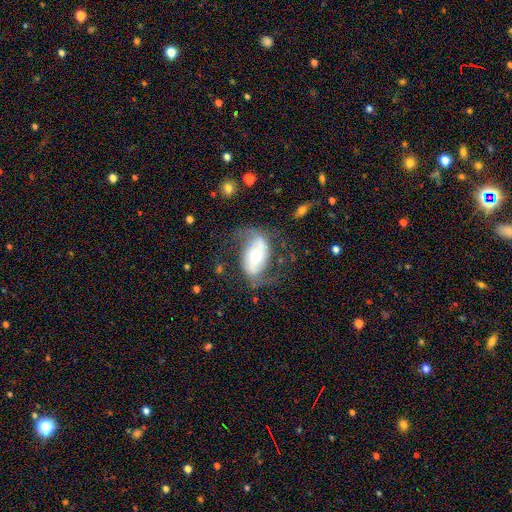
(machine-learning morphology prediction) Q: Smooth or featured?
A: featured or disk (75%); runner-up: smooth (19%)
Q: Edge-on disk?
A: no (94%); runner-up: yes (6%)
Q: Bar?
A: strong (38%); runner-up: no (33%)
Q: Spiral arms?
A: yes (81%); runner-up: no (19%)
Q: Spiral winding?
A: loose (54%); runner-up: medium (35%)
Q: Spiral arm count?
A: 2 (89%); runner-up: can't tell (6%)
Q: Bulge size?
A: moderate (68%); runner-up: small (17%)
Q: Merging?
A: none (62%); runner-up: minor disturbance (19%)